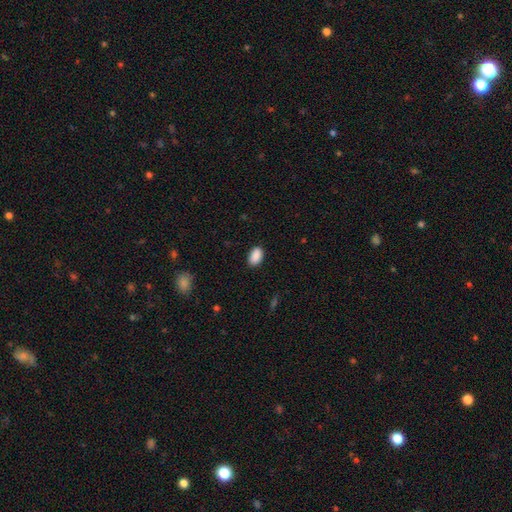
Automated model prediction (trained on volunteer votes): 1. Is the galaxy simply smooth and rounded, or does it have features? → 90% smooth, 7% star or artifact, 3% featured or disk.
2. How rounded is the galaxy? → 92% in between, 6% round, 1% cigar-shaped.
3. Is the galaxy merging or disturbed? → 87% none, 10% minor disturbance, 2% major disturbance, 1% merger.